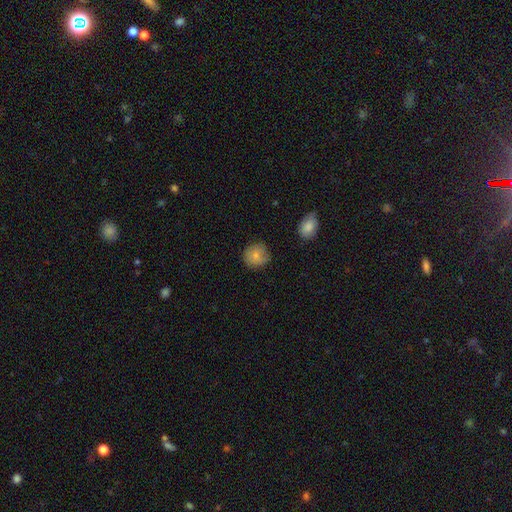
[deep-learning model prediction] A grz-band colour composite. It shows a smooth galaxy with no disk features (79%) that is round (88%). Merging: none (74%).